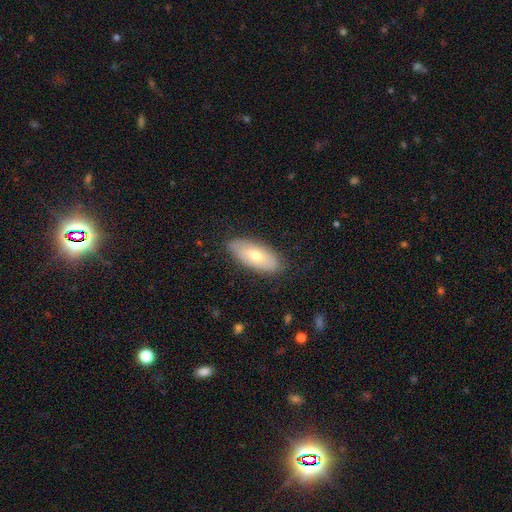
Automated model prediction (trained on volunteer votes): This appears to be a smooth galaxy with no disk features (62%) that is in between round and cigar-shaped (86%). Merging: none (84%).